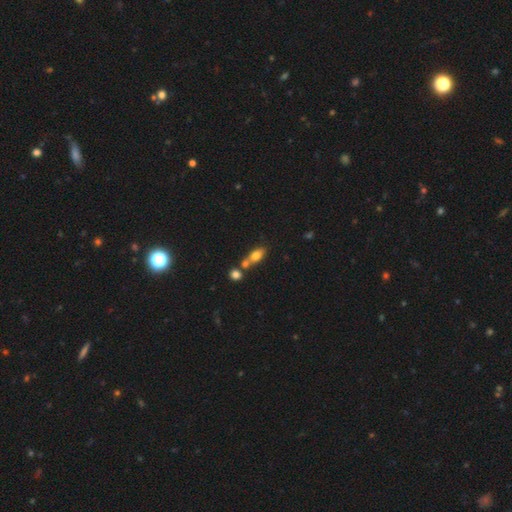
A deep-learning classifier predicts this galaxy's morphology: Q: Smooth or featured?
A: smooth (72%); runner-up: featured or disk (18%)
Q: How rounded?
A: in between (75%); runner-up: cigar-shaped (15%)
Q: Merging?
A: none (48%); runner-up: merger (37%)